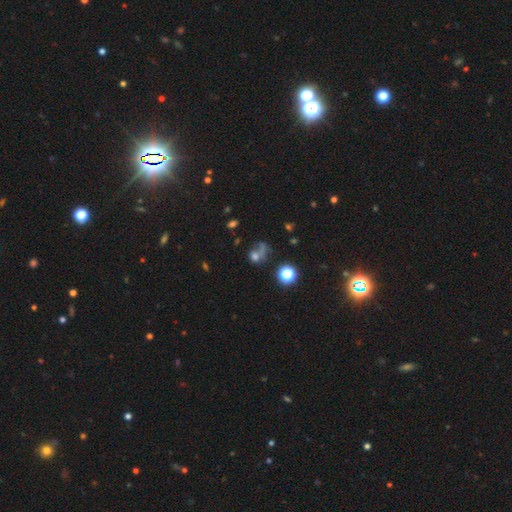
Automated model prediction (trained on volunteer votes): smooth 53%, star or artifact 27%, featured or disk 20%. Down the decision tree: how rounded — round (65%); merging — none (35%).